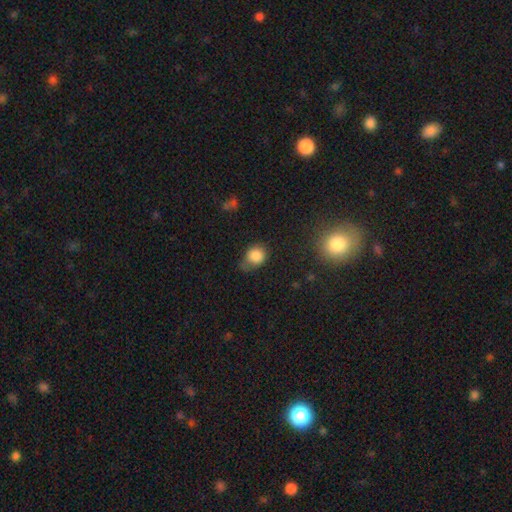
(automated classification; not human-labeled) Smooth or featured? smooth (83%)
How rounded? round (67%)
Merging? none (48%)